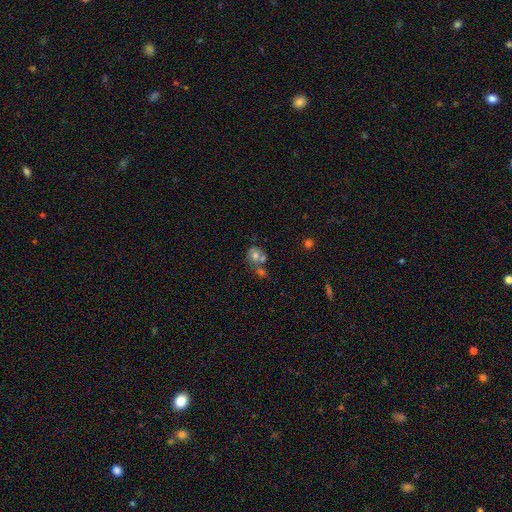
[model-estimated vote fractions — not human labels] Overall: smooth (61%; featured or disk 25%). How rounded: round (75%). Merging: merger (49%; none 35%).